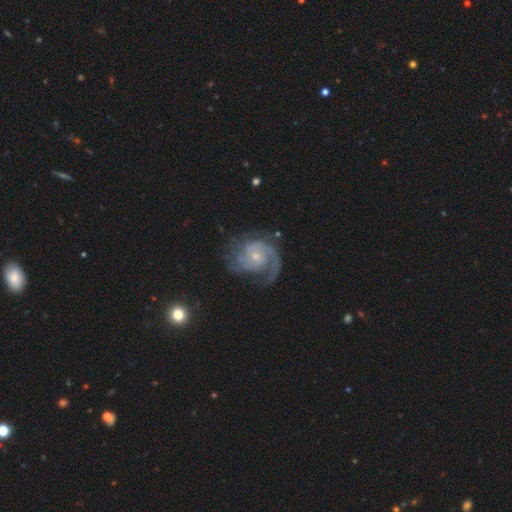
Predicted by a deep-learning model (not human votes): This is clearly a featured or disk galaxy (86%). It is clearly not viewed edge-on (98%). Bar: likely no (71%). Spiral arm pattern: clearly yes (96%). Spiral arm count: marginally 2 (38%). Spiral winding: marginally medium (43%). Central bulge: likely small (73%). Merging: possibly none (57%).